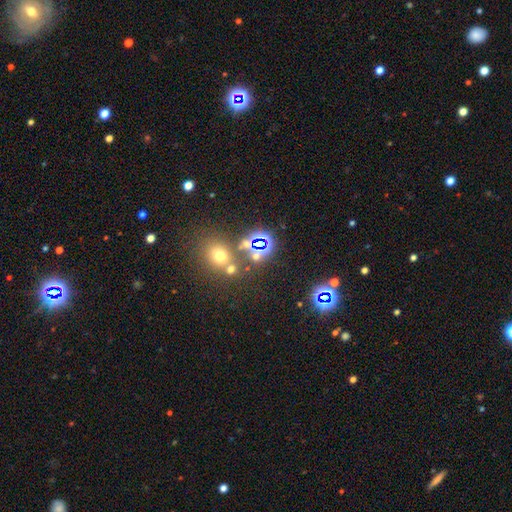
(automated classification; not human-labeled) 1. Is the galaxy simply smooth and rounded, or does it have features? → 51% star or artifact, 39% smooth, 10% featured or disk.